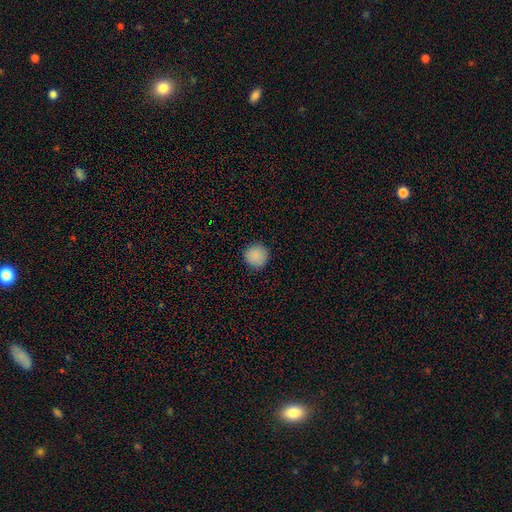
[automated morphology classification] Smooth or featured: smooth — 88% (star or artifact — 8%)
How rounded: round — 95% (in between — 4%)
Merging: none — 91% (minor disturbance — 6%)